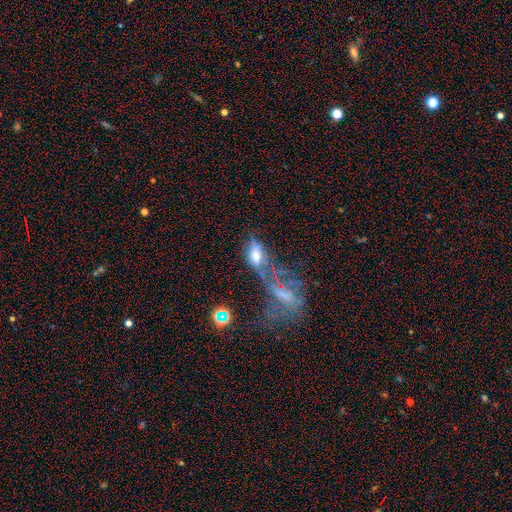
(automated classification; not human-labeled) Overall: smooth (45%; featured or disk 37%). Merging: none (33%; merger 27%).